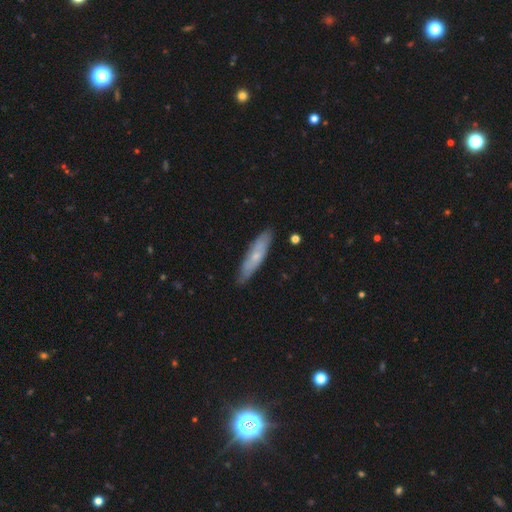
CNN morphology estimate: smooth 54%, featured or disk 40%, star or artifact 6%. Down the decision tree: how rounded — cigar-shaped (77%); merging — none (83%).